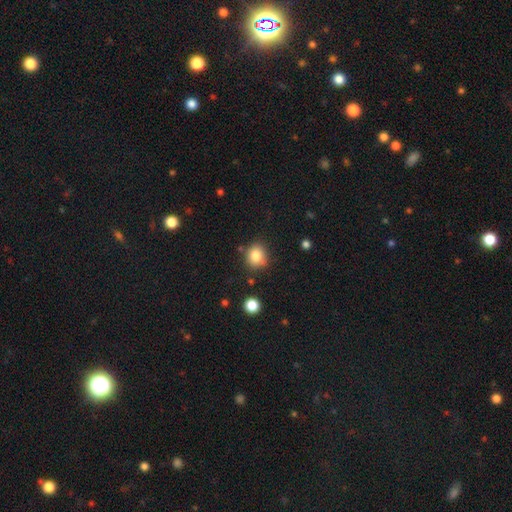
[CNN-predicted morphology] A smooth galaxy with no disk features (82%) that is round (79%). Merging: none (79%).